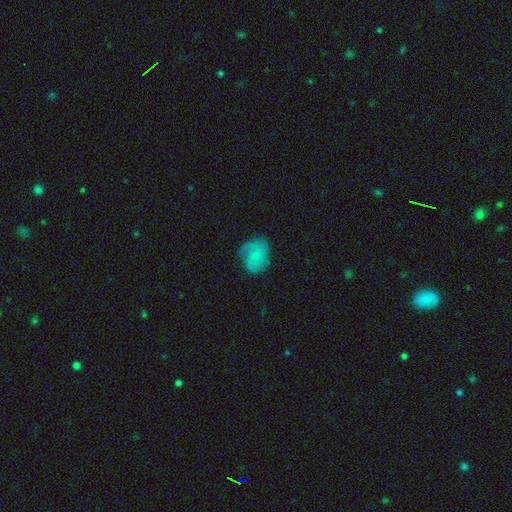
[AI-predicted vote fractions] smooth-or-featured: smooth: 51% | featured or disk: 41% | star or artifact: 9%
  how-rounded: round: 52% | in between: 47% | cigar-shaped: 1%
  merging: none: 58% | minor disturbance: 27% | major disturbance: 13% | merger: 1%